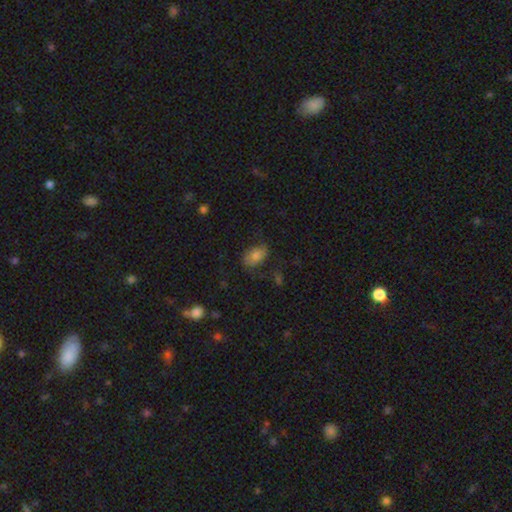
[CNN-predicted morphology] This appears to be a smooth galaxy with no disk features (74%) that is in between round and cigar-shaped (85%). Merging: none (67%).